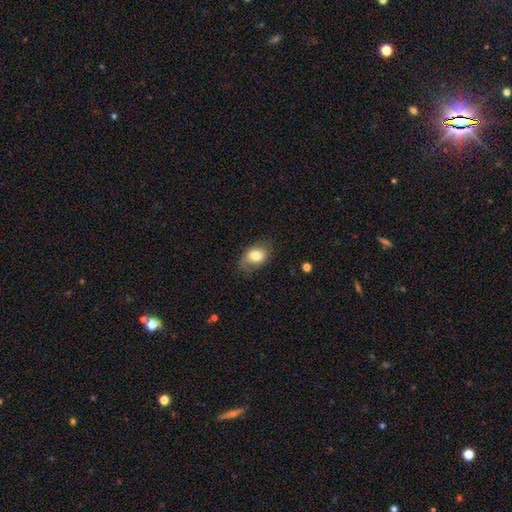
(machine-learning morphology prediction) smooth-or-featured: smooth: 78% | featured or disk: 14% | star or artifact: 8%
  how-rounded: in between: 77% | round: 21% | cigar-shaped: 1%
  merging: none: 67% | minor disturbance: 24% | major disturbance: 7% | merger: 1%